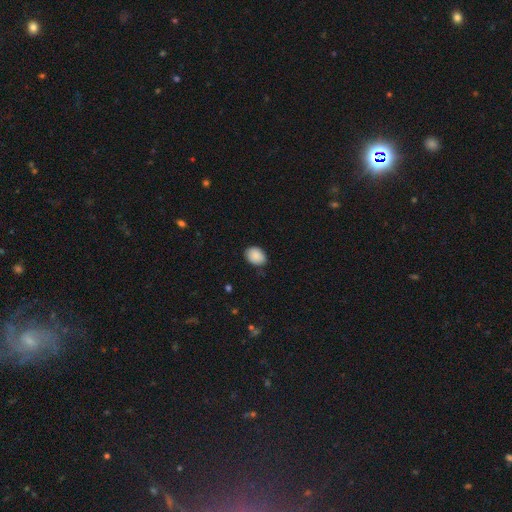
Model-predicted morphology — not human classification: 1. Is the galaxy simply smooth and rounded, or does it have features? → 89% smooth, 7% star or artifact, 3% featured or disk.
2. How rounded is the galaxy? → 66% in between, 33% round, 1% cigar-shaped.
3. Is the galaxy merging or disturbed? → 80% none, 16% minor disturbance, 3% major disturbance, 1% merger.